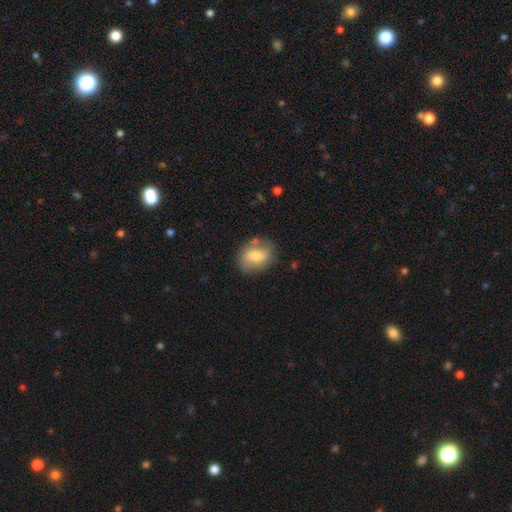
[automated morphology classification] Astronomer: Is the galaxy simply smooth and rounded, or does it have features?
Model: smooth — 63%.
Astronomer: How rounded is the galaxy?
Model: in between — 56% (runner-up: round, 42%).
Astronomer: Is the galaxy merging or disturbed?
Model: none — 72%.